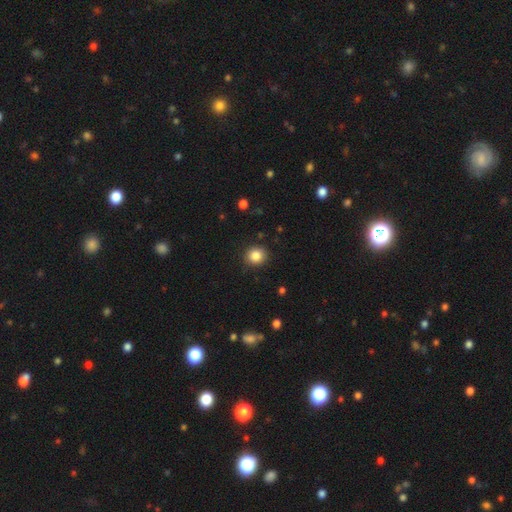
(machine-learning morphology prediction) This is clearly a smooth galaxy (85%). How rounded: clearly round (87%). Merging: clearly none (90%).